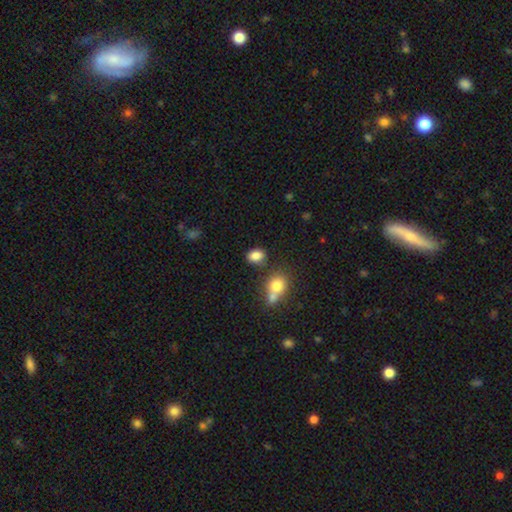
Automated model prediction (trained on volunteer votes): Smooth or featured? smooth (85%)
How rounded? in between (73%)
Merging? none (74%)